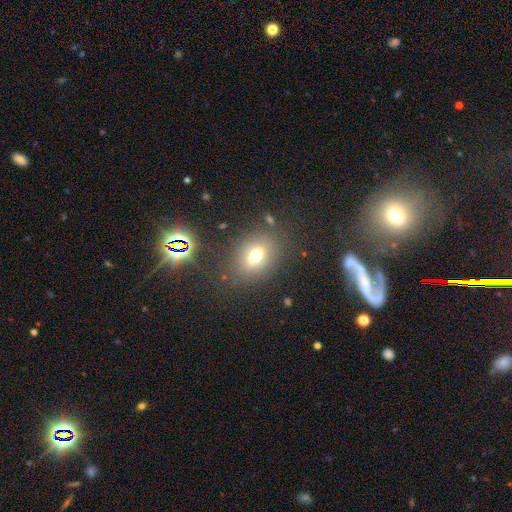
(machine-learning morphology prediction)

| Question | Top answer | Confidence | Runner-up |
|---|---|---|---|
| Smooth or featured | smooth | 63% | featured or disk (20%) |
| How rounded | in between | 73% | round (24%) |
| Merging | none | 77% | minor disturbance (13%) |